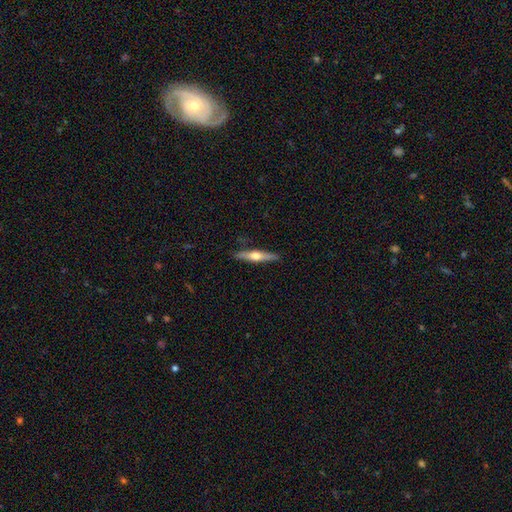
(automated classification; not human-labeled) Smooth or featured? featured or disk (57%)
Edge-on disk? yes (95%)
Edge-on bulge? rounded (92%)
Merging? none (89%)